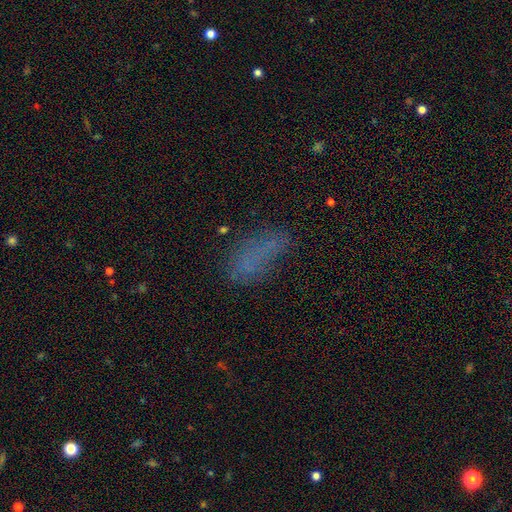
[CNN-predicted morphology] type=smooth (59%); roundness=in between (82%); merging=none (51%).